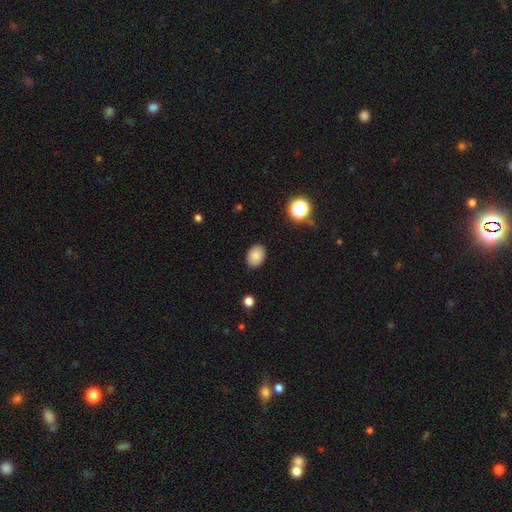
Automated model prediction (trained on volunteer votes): Morphology: type=smooth (85%); roundness=in between (76%); merging=none (87%).